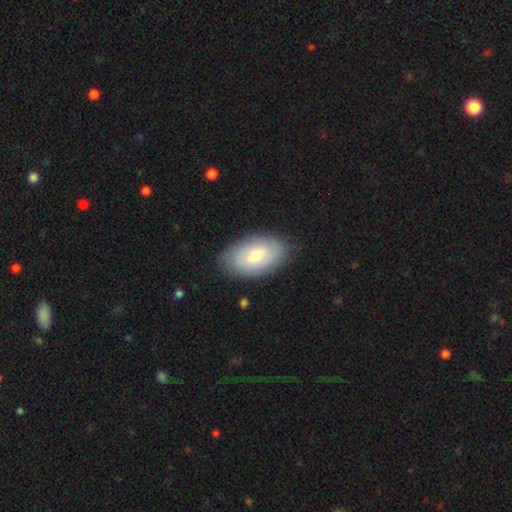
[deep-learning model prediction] This is likely a smooth galaxy (66%). How rounded: clearly in between (93%). Merging: clearly none (85%).